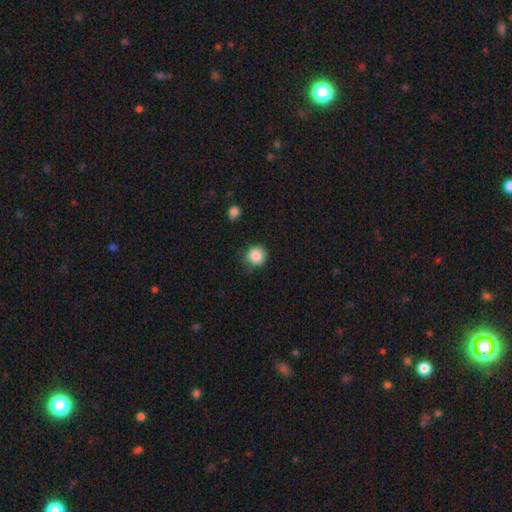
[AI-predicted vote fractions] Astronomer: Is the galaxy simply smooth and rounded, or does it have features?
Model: smooth — 86%.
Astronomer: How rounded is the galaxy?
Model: round — 90%.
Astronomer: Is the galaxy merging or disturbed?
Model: none — 78%.